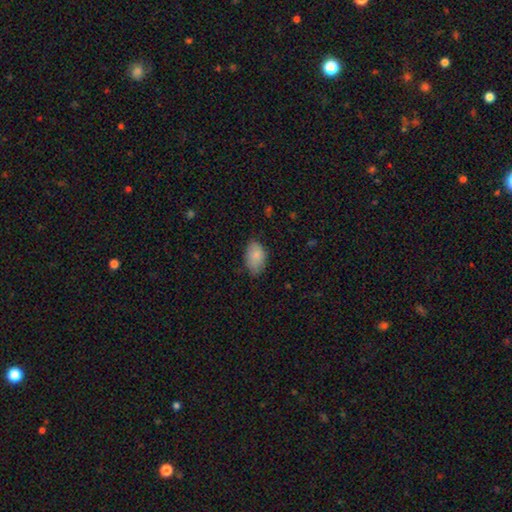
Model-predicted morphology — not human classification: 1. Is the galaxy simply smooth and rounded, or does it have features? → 84% smooth, 9% featured or disk, 7% star or artifact.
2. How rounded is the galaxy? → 91% in between, 8% round, 1% cigar-shaped.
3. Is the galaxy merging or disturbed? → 69% none, 26% minor disturbance, 5% major disturbance, 1% merger.